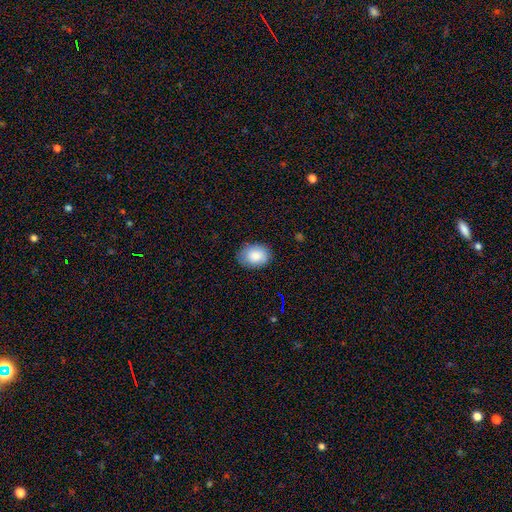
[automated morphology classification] A smooth galaxy with no disk features (85%) that is in between round and cigar-shaped (74%). Merging: none (83%).